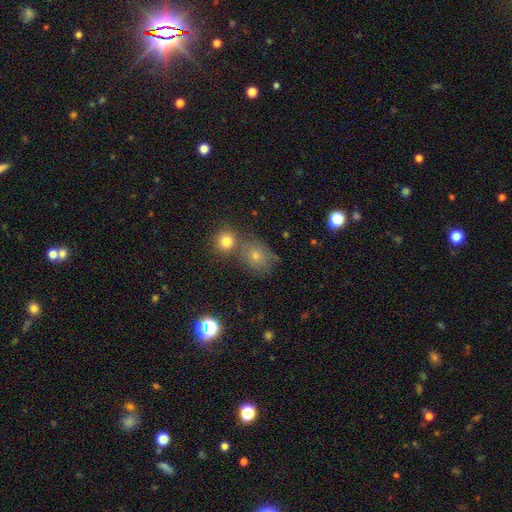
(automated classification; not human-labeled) This appears to be a smooth galaxy with no disk features (57%) that is round (67%). Merging: none (59%).